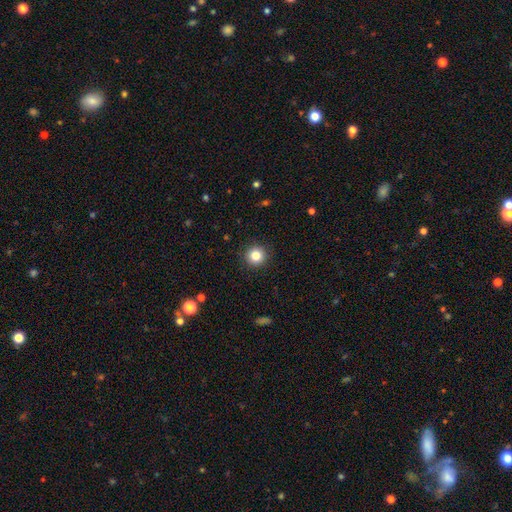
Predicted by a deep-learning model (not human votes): The model was most divided on "smooth or featured": smooth: 82%, star or artifact: 11%, featured or disk: 6%. More confident: how rounded — round (95%); merging — none (92%).